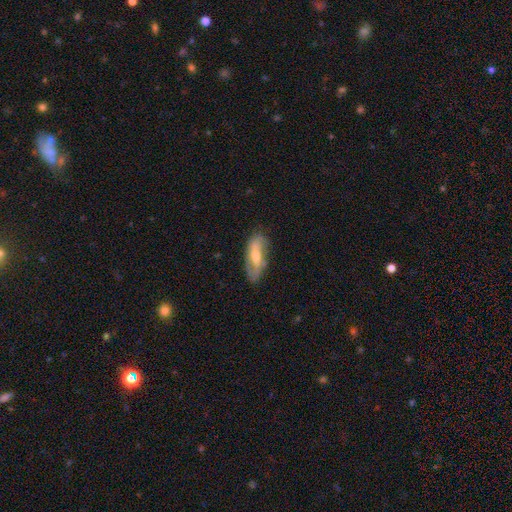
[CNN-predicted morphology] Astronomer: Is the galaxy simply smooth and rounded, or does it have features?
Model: featured or disk — 59% (runner-up: smooth, 34%).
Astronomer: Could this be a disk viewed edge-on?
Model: no — 80%.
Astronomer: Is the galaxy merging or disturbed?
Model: none — 71%.